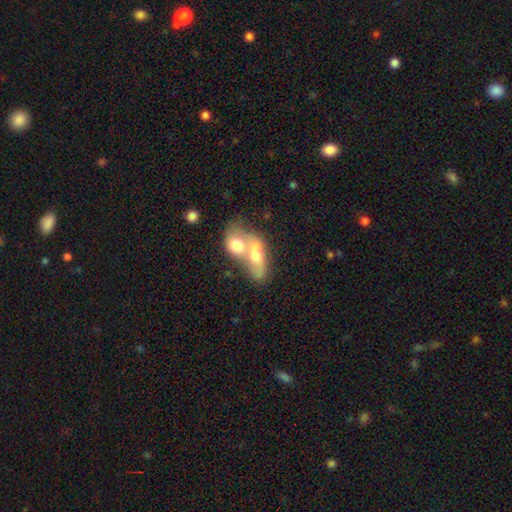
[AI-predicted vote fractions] Smooth or featured? smooth (55%)
How rounded? in between (68%)
Merging? merger (77%)